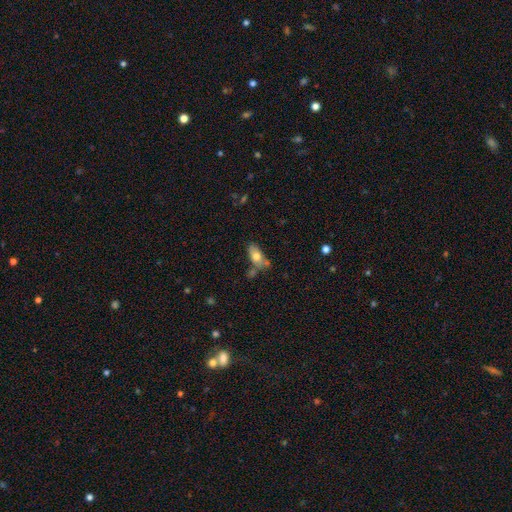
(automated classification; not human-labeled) Smooth or featured? smooth (69%)
How rounded? in between (85%)
Merging? none (48%)